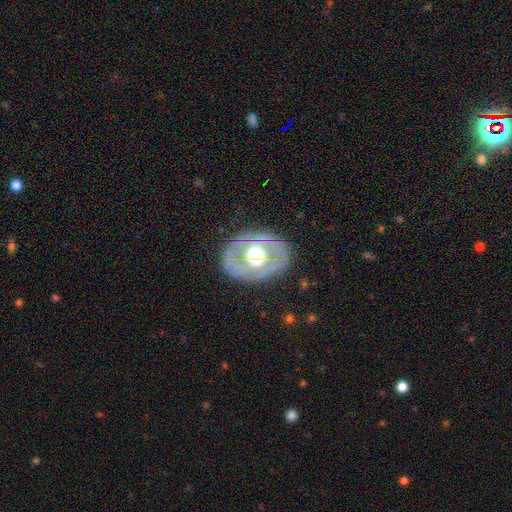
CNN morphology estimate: Smooth or featured? Predicted: featured or disk (p=0.68). Edge-on disk? Predicted: no (p=0.93). Bar? Predicted: no (p=0.75). Spiral arms? Predicted: no (p=0.71). Bulge size? Predicted: moderate (p=0.53). Merging? Predicted: none (p=0.76).